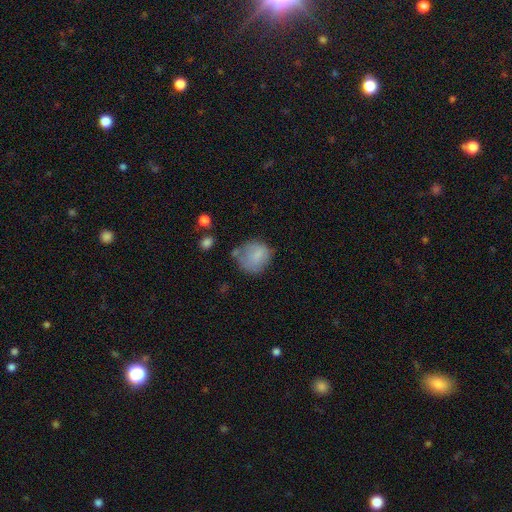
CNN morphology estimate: Smooth or featured: smooth — 77% (featured or disk — 14%)
How rounded: round — 78% (in between — 21%)
Merging: none — 51% (minor disturbance — 28%)